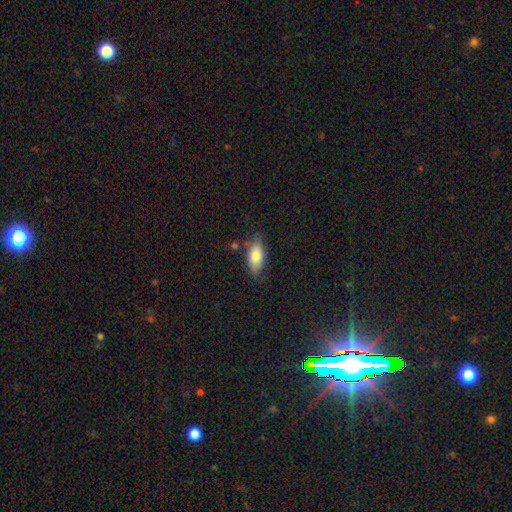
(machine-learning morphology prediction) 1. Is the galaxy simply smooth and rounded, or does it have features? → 76% smooth, 16% featured or disk, 7% star or artifact.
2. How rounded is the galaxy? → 88% in between, 9% cigar-shaped, 4% round.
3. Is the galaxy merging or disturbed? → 74% none, 18% minor disturbance, 5% merger, 4% major disturbance.